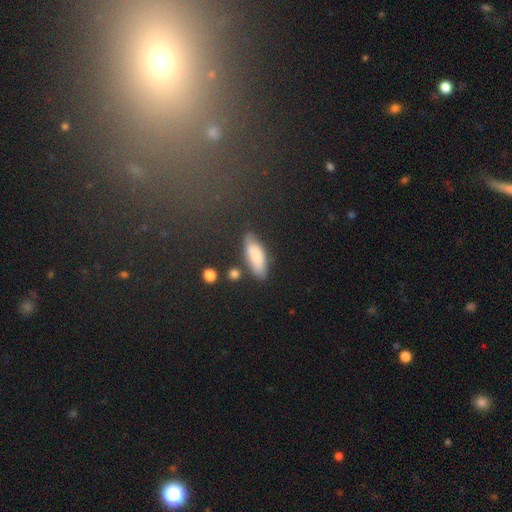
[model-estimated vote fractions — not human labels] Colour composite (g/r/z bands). It shows a smooth galaxy with no disk features (77%) that is in between round and cigar-shaped (61%). Merging: none (73%).